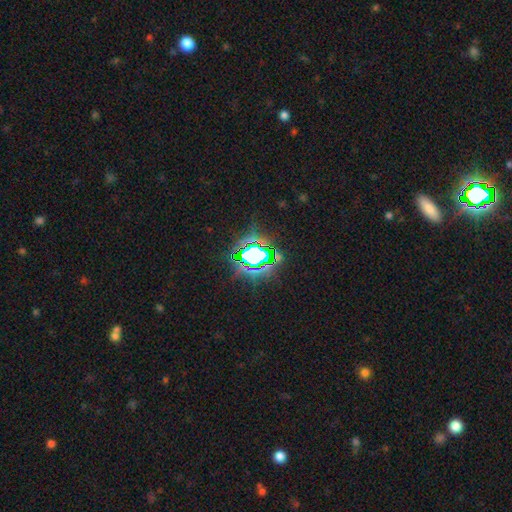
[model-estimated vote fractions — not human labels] This appears to be a star or artifact, not a galaxy (71%).